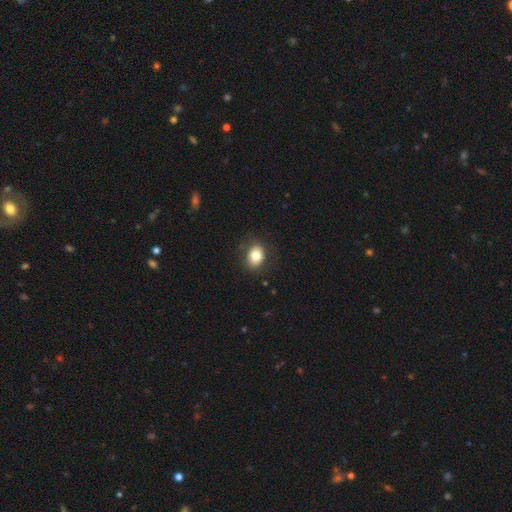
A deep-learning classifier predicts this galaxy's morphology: A smooth galaxy with no disk features (79%) that is in between round and cigar-shaped (62%). Merging: none (84%).